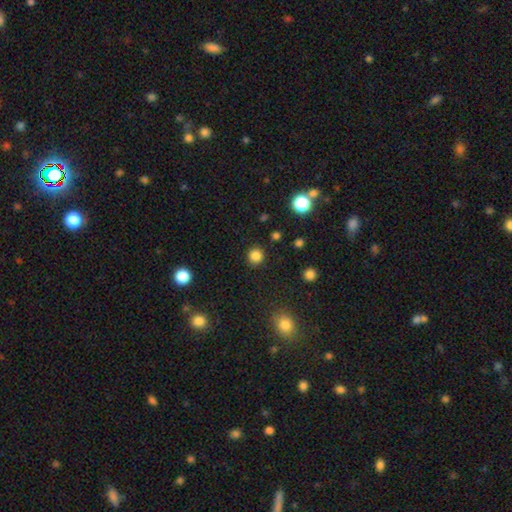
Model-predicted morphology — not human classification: smooth-or-featured: smooth: 83% | star or artifact: 13% | featured or disk: 4%
  how-rounded: round: 93% | in between: 6% | cigar-shaped: 1%
  merging: none: 91% | minor disturbance: 6% | major disturbance: 2% | merger: 2%